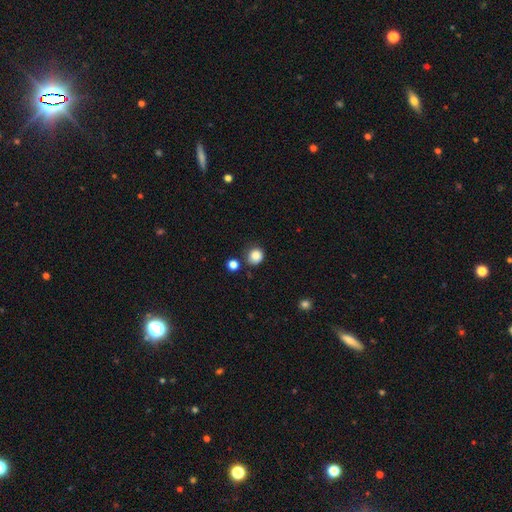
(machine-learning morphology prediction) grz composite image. It shows a smooth galaxy with no disk features (86%) that is round (83%). Merging: none (76%).